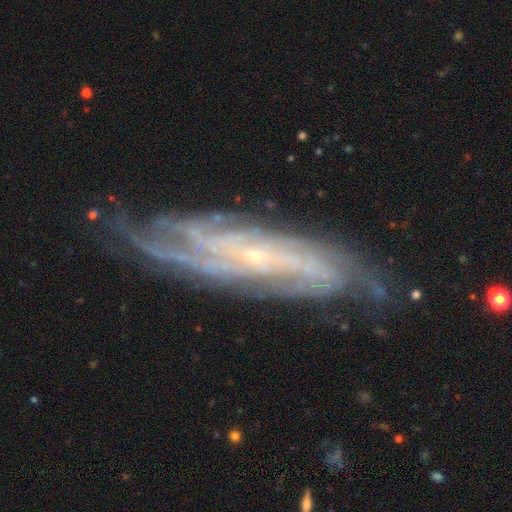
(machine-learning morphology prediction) smooth_or_featured: featured or disk (p=0.89) [alt: star or artifact p=0.06]
disk_edge_on: no (p=0.85) [alt: yes p=0.15]
bar: no (p=0.57) [alt: weak p=0.28]
has_spiral_arms: yes (p=0.98) [alt: no p=0.02]
spiral_winding: tight (p=0.64) [alt: medium p=0.30]
spiral_arm_count: can't tell (p=0.25) [alt: 4 p=0.21]
bulge_size: small (p=0.84) [alt: moderate p=0.11]
merging: none (p=0.76) [alt: minor disturbance p=0.17]